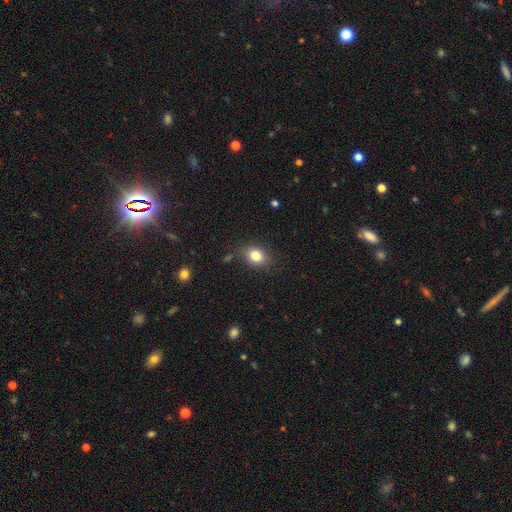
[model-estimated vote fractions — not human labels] This appears to be a smooth galaxy with no disk features (82%) that is in between round and cigar-shaped (67%). Merging: none (83%).